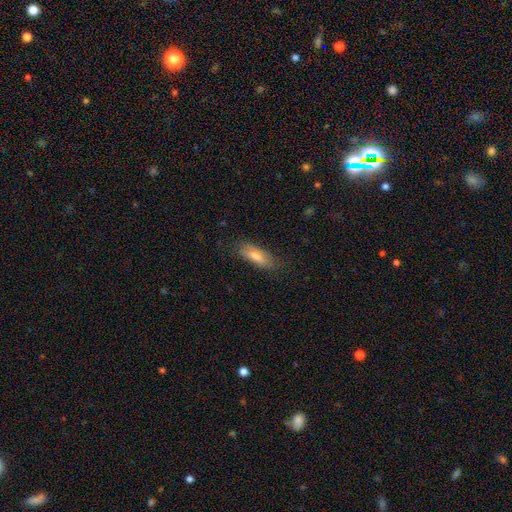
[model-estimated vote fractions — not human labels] smooth 71%, featured or disk 22%, star or artifact 7%. Down the decision tree: how rounded — in between (63%); merging — none (78%).